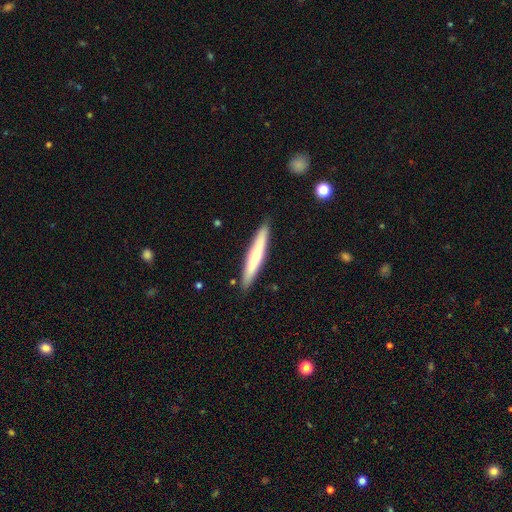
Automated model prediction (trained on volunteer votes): A smooth galaxy with no disk features (56%) that is cigar-shaped (92%).

Vote fractions:
- Smooth or featured? smooth: 56% / featured or disk: 38% / star or artifact: 5%
- How rounded? cigar-shaped: 92% / in between: 7% / round: 1%
- Merging? none: 90% / minor disturbance: 8% / major disturbance: 1% / merger: 1%